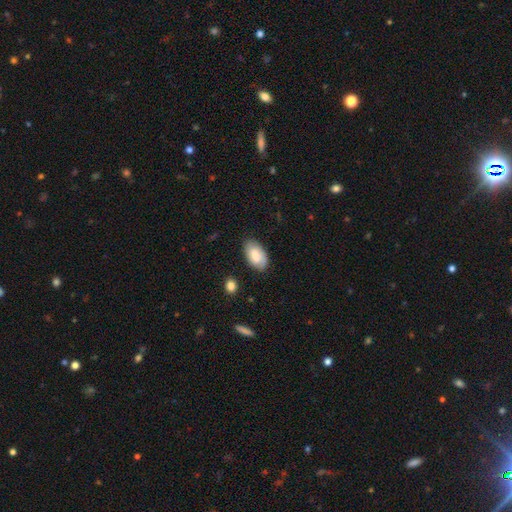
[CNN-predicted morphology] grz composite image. It shows a smooth galaxy with no disk features (64%) that is in between round and cigar-shaped (94%). Merging: none (80%).